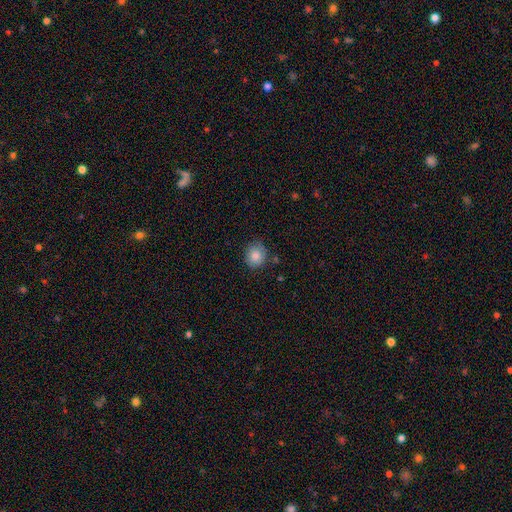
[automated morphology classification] The model was most divided on "how rounded": round: 80%, in between: 19%, cigar-shaped: 1%. More confident: smooth or featured — smooth (84%); merging — none (80%).